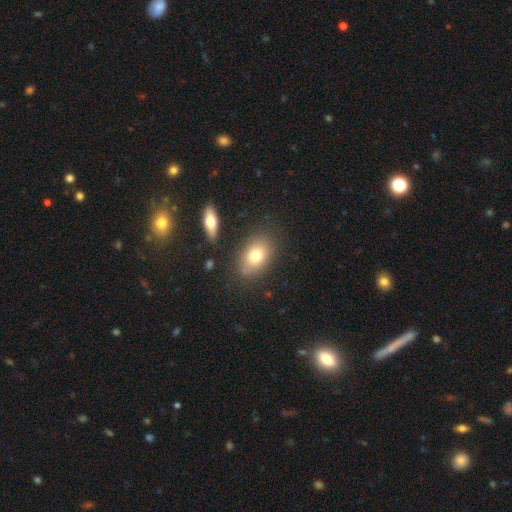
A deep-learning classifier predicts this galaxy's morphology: smooth_or_featured: smooth (p=0.75) [alt: featured or disk p=0.16]
how_rounded: in between (p=0.81) [alt: round p=0.17]
merging: none (p=0.78) [alt: minor disturbance p=0.13]